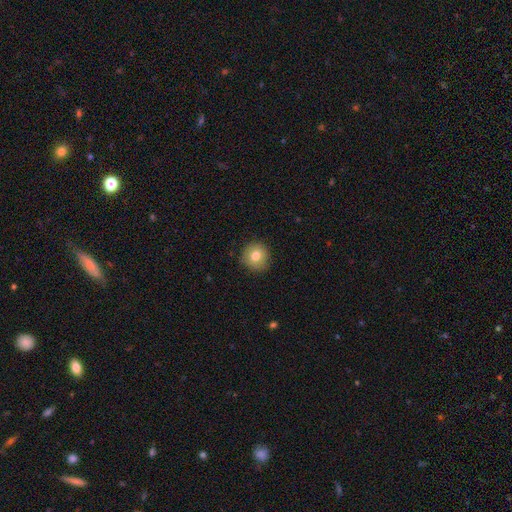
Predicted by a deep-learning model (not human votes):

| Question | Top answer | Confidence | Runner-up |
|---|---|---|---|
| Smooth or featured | smooth | 79% | featured or disk (11%) |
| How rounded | round | 92% | in between (7%) |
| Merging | none | 88% | minor disturbance (9%) |